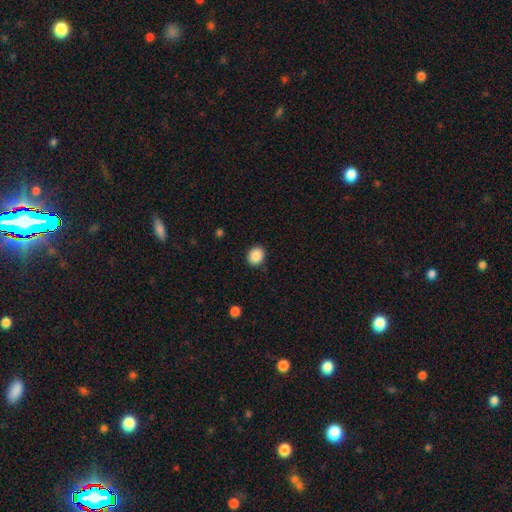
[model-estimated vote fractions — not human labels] Smooth or featured?
  - smooth: 88% *
  - star or artifact: 8%
  - featured or disk: 4%
How rounded?
  - round: 60% *
  - in between: 39%
  - cigar-shaped: 1%
Merging?
  - none: 89% *
  - minor disturbance: 7%
  - major disturbance: 2%
  - merger: 1%